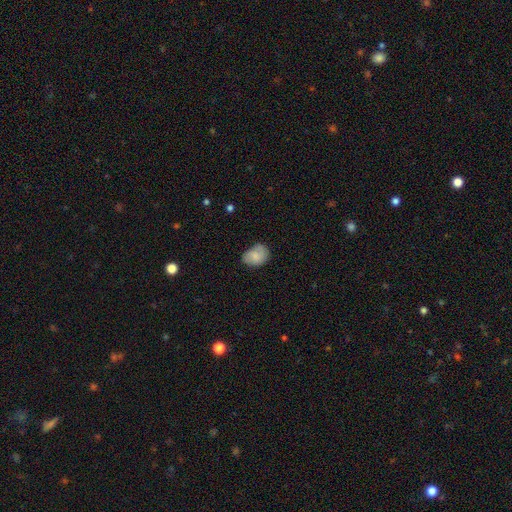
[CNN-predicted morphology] smooth 78%, featured or disk 14%, star or artifact 8%. Down the decision tree: how rounded — in between (67%); merging — none (59%).